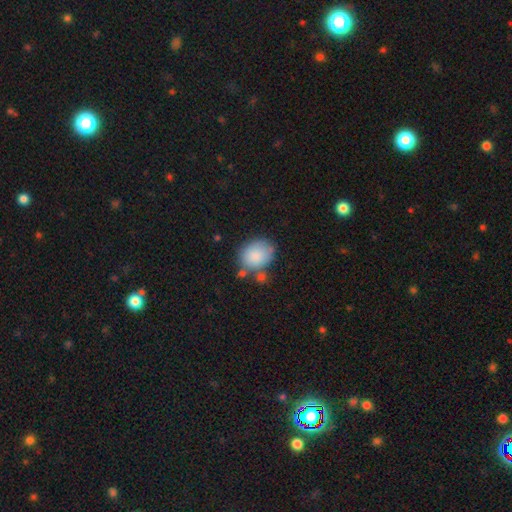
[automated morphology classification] Smooth or featured?
  - smooth: 85% *
  - featured or disk: 8%
  - star or artifact: 7%
How rounded?
  - round: 52% *
  - in between: 47%
  - cigar-shaped: 1%
Merging?
  - none: 57% *
  - minor disturbance: 22%
  - merger: 13%
  - major disturbance: 7%